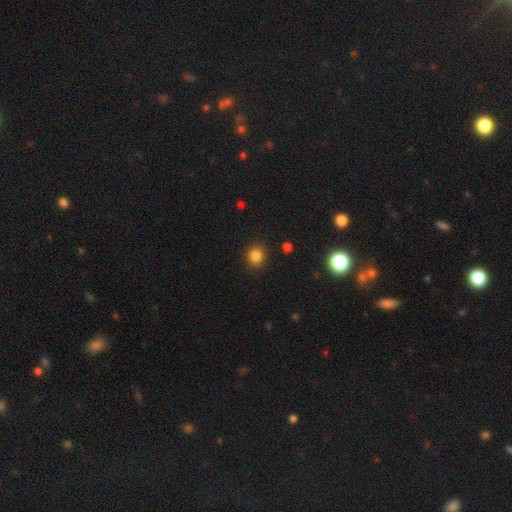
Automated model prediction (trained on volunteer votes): smooth-or-featured: smooth: 83% | star or artifact: 12% | featured or disk: 5%
  how-rounded: round: 81% | in between: 18% | cigar-shaped: 1%
  merging: none: 90% | minor disturbance: 7% | major disturbance: 2% | merger: 1%